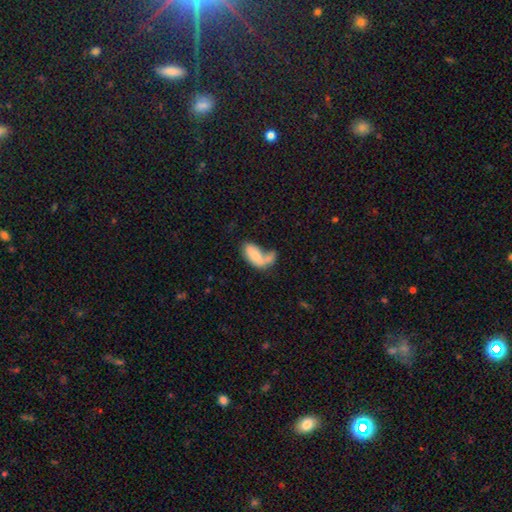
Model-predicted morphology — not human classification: This appears to be a smooth galaxy with no disk features (68%) that is in between round and cigar-shaped (91%). Merging: merger (44%).